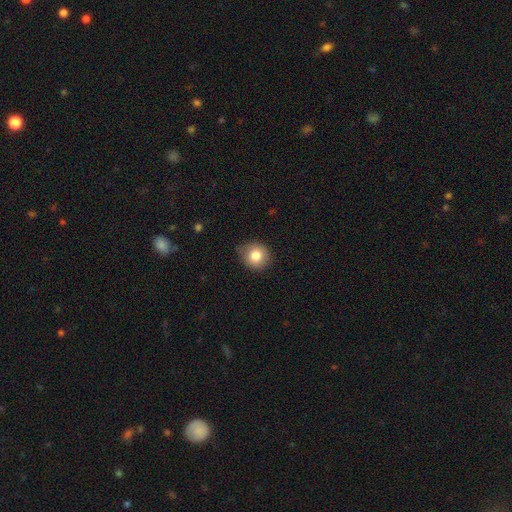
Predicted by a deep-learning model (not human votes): Smooth or featured?
  - smooth: 81% *
  - star or artifact: 10%
  - featured or disk: 9%
How rounded?
  - round: 83% *
  - in between: 16%
  - cigar-shaped: 1%
Merging?
  - none: 74% *
  - minor disturbance: 21%
  - major disturbance: 4%
  - merger: 1%